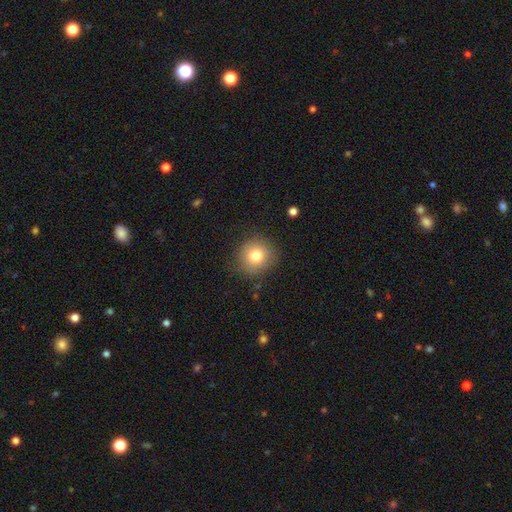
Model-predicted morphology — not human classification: Smooth or featured: smooth — 79% (star or artifact — 11%)
How rounded: round — 90% (in between — 9%)
Merging: none — 84% (minor disturbance — 11%)